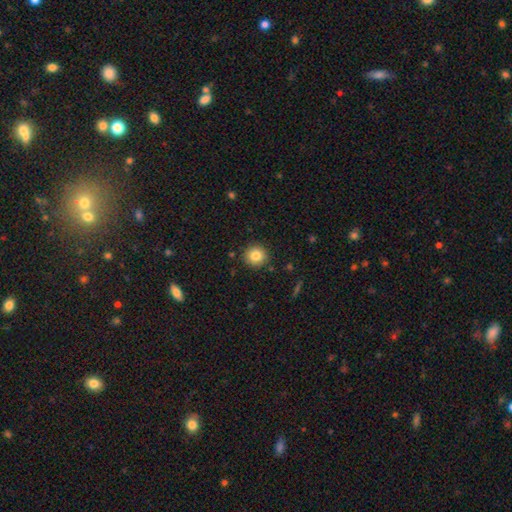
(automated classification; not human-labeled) A smooth galaxy with no disk features (83%) that is round (93%).

Vote fractions:
- Smooth or featured? smooth: 83% / star or artifact: 10% / featured or disk: 7%
- How rounded? round: 93% / in between: 6% / cigar-shaped: 1%
- Merging? none: 90% / minor disturbance: 6% / major disturbance: 2% / merger: 2%